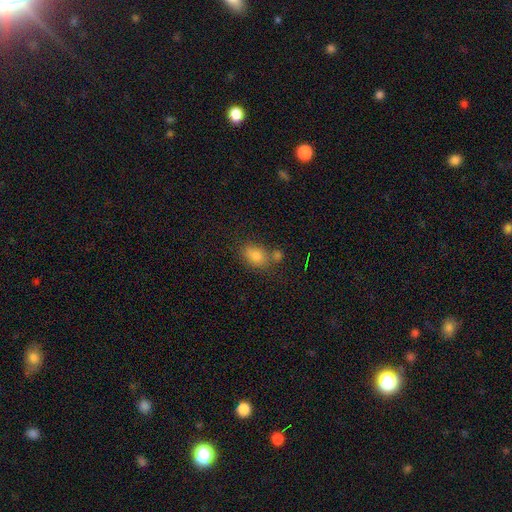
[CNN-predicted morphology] smooth-or-featured: smooth: 81% | star or artifact: 11% | featured or disk: 8%
  how-rounded: in between: 78% | round: 20% | cigar-shaped: 2%
  merging: none: 52% | merger: 25% | minor disturbance: 17% | major disturbance: 6%